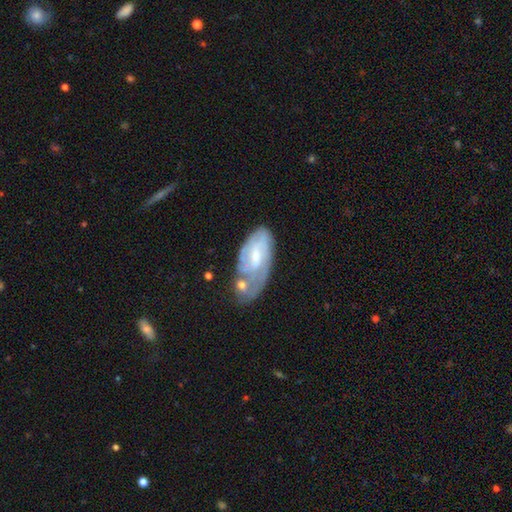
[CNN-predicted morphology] This appears to be a featured or disk galaxy (66%) with a weak bar (46%), spiral arms (80%) and a small central bulge (46%). Merging: none (47%).